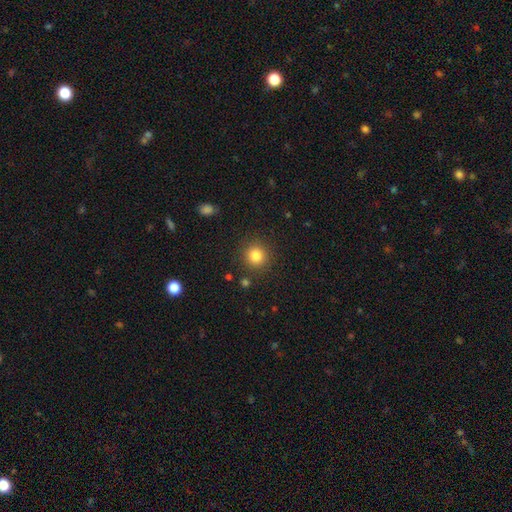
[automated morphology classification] Q: Smooth or featured?
A: smooth (83%); runner-up: star or artifact (11%)
Q: How rounded?
A: round (92%); runner-up: in between (7%)
Q: Merging?
A: none (88%); runner-up: minor disturbance (7%)